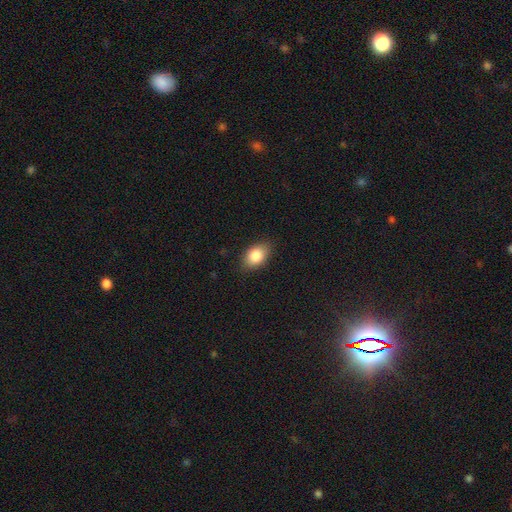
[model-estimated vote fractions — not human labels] smooth 84%, featured or disk 8%, star or artifact 8%. Down the decision tree: how rounded — in between (83%); merging — none (84%).